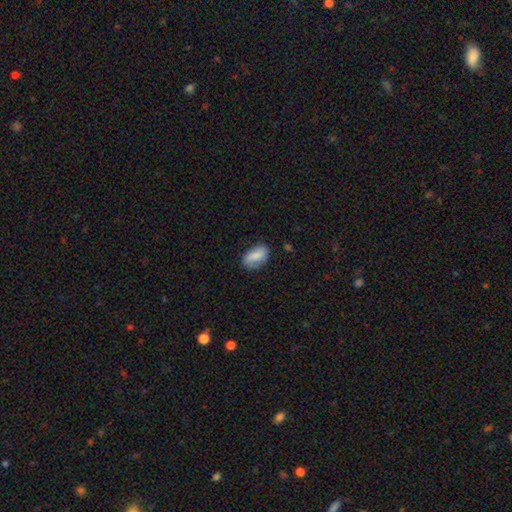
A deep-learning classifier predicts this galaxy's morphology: smooth 78%, featured or disk 16%, star or artifact 7%. Down the decision tree: how rounded — in between (91%); merging — none (76%).